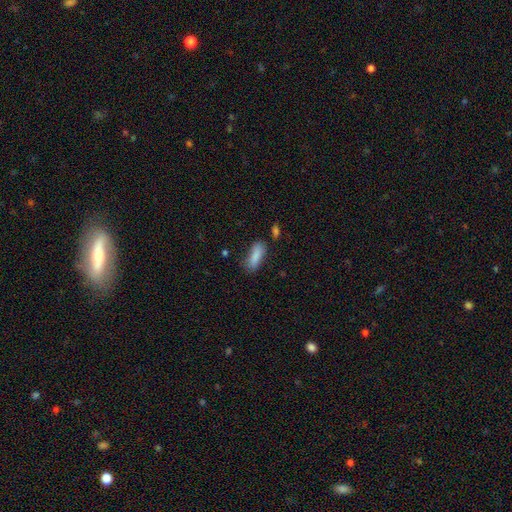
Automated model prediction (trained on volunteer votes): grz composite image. It shows a smooth galaxy with no disk features (85%) that is in between round and cigar-shaped (66%). Merging: none (64%).